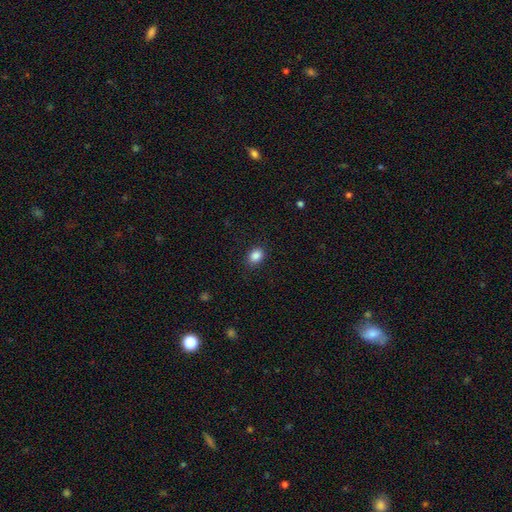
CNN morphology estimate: smooth 87%, star or artifact 9%, featured or disk 4%. Down the decision tree: how rounded — in between (67%); merging — none (87%).